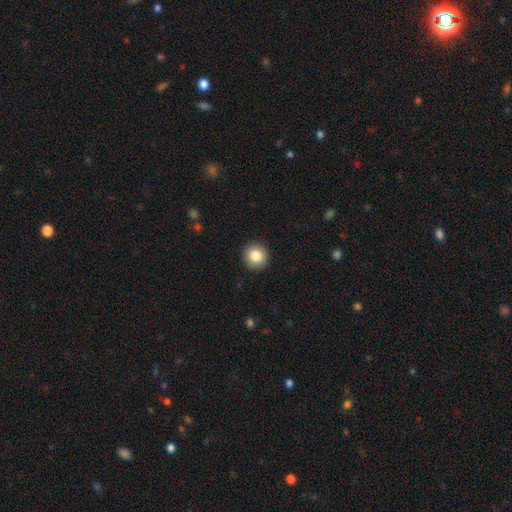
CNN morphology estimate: Smooth or featured?
  - smooth: 85% *
  - star or artifact: 9%
  - featured or disk: 6%
How rounded?
  - round: 94% *
  - in between: 5%
  - cigar-shaped: 1%
Merging?
  - none: 93% *
  - minor disturbance: 5%
  - major disturbance: 2%
  - merger: 1%